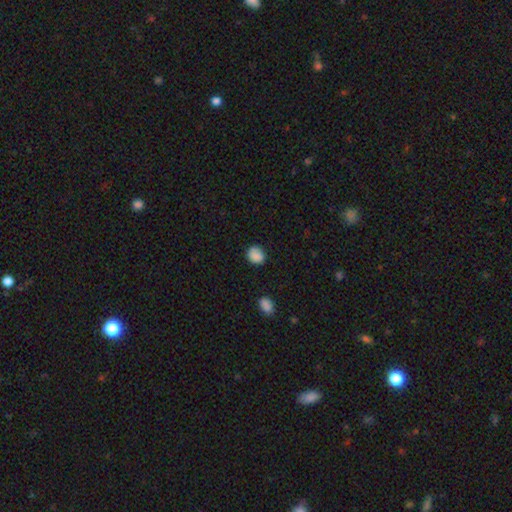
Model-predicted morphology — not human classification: The model was most divided on "how rounded": round: 74%, in between: 25%, cigar-shaped: 1%. More confident: smooth or featured — smooth (86%); merging — none (77%).